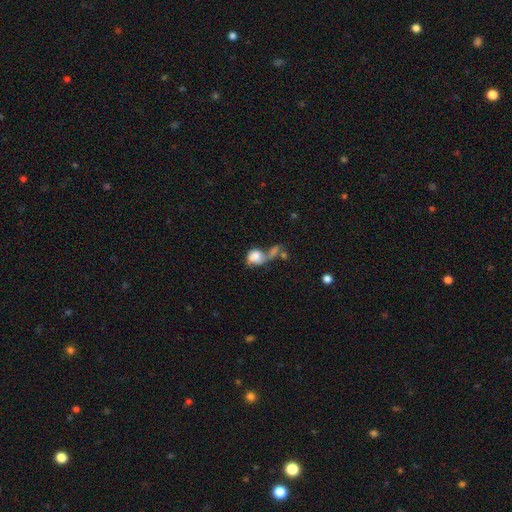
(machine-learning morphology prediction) smooth 65%, featured or disk 25%, star or artifact 10%. Down the decision tree: how rounded — in between (53%); merging — merger (47%).